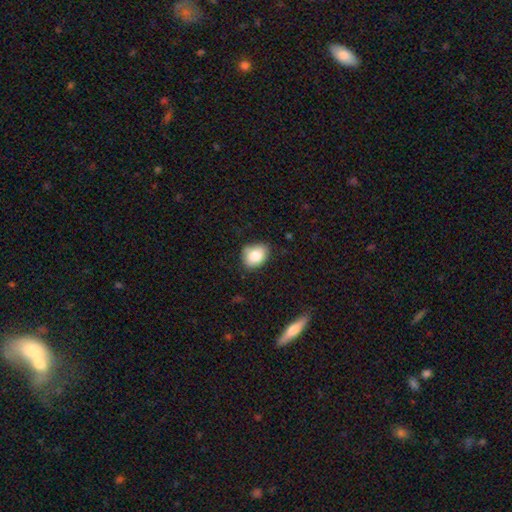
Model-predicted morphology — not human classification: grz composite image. It shows a smooth galaxy with no disk features (83%) that is in between round and cigar-shaped (62%). Merging: none (70%).